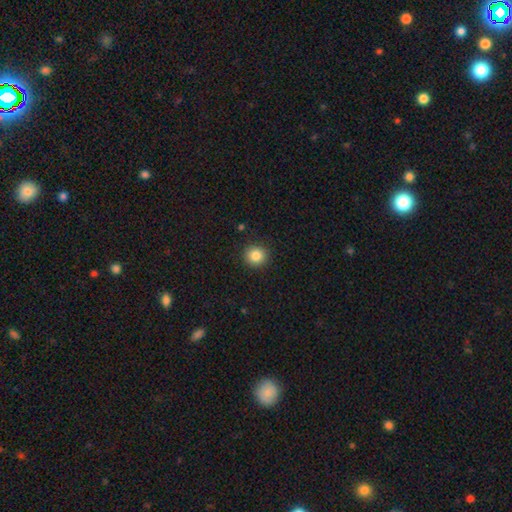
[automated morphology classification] A smooth galaxy with no disk features (85%) that is round (90%). Merging: none (91%).